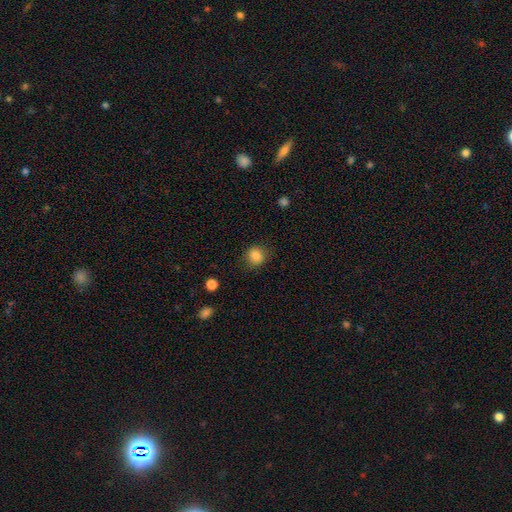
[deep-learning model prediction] Overall: smooth (85%). How rounded: round (81%). Merging: none (83%).